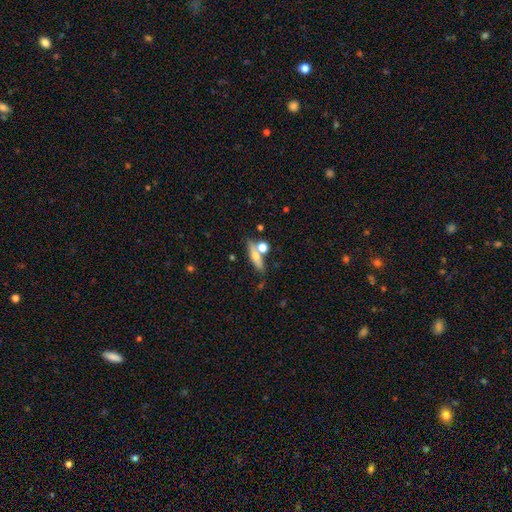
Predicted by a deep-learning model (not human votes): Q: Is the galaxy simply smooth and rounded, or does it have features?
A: smooth — 55%.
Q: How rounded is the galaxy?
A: cigar-shaped — 62%.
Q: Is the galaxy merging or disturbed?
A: none — 59%.